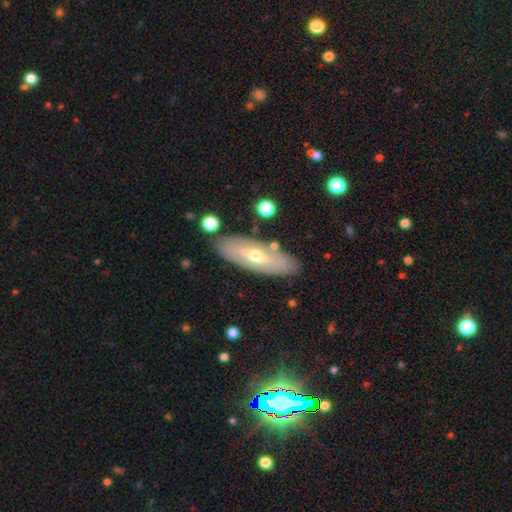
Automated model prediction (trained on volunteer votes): Q: Smooth or featured?
A: featured or disk (64%); runner-up: smooth (30%)
Q: Edge-on disk?
A: no (68%); runner-up: yes (32%)
Q: Merging?
A: none (83%); runner-up: minor disturbance (11%)